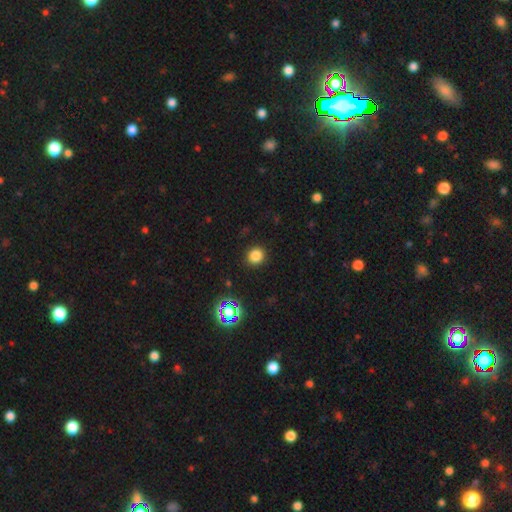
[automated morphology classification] type=smooth (81%); roundness=round (89%); merging=none (90%).